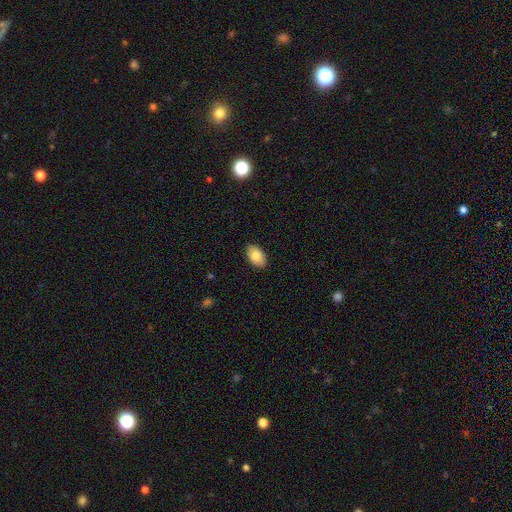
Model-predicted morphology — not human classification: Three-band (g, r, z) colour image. It shows a smooth galaxy with no disk features (83%) that is in between round and cigar-shaped (94%). Merging: none (89%).